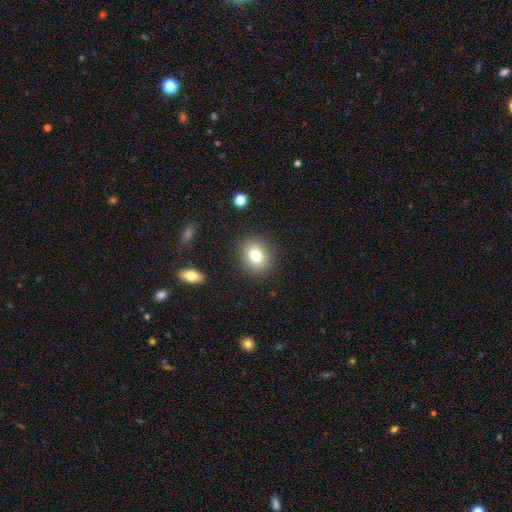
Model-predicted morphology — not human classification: Smooth or featured: smooth — 79% (star or artifact — 11%)
How rounded: round — 59% (in between — 40%)
Merging: none — 88% (minor disturbance — 8%)